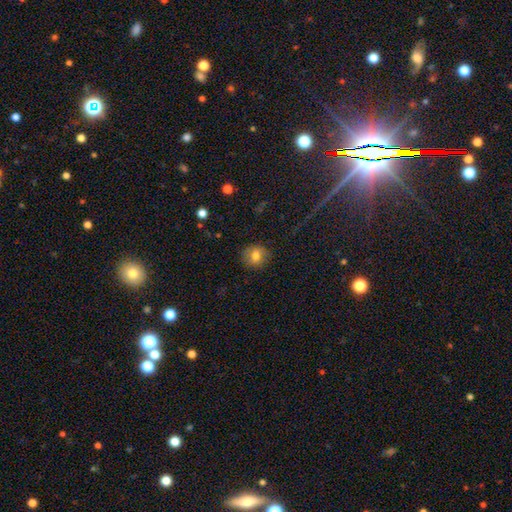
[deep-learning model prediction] smooth 76%, featured or disk 13%, star or artifact 11%. Down the decision tree: how rounded — round (83%); merging — none (86%).